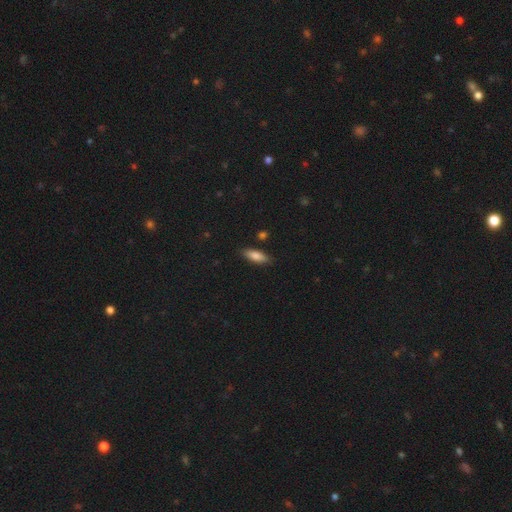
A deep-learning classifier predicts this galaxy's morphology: smooth 79%, featured or disk 14%, star or artifact 7%. Down the decision tree: how rounded — in between (61%); merging — none (85%).